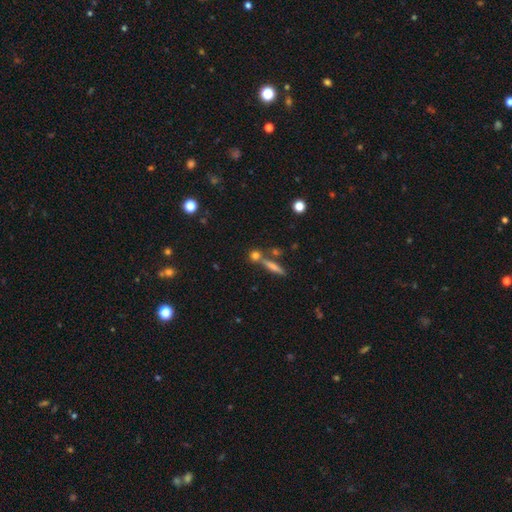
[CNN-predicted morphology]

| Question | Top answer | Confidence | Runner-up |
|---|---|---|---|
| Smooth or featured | smooth | 67% | featured or disk (18%) |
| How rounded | round | 61% | cigar-shaped (24%) |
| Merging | none | 68% | merger (21%) |